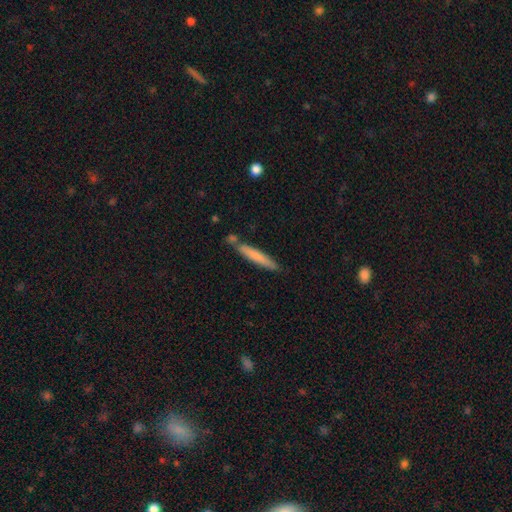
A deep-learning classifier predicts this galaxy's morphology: Smooth or featured? Predicted: smooth (p=0.72). How rounded? Predicted: cigar-shaped (p=0.94). Merging? Predicted: none (p=0.74).